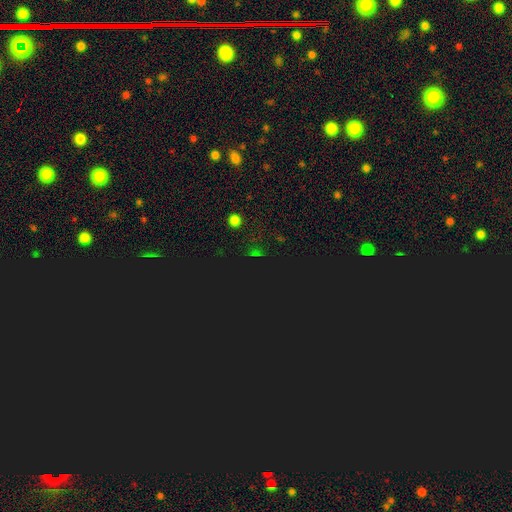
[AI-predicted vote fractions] smooth-or-featured: star or artifact: 74% | smooth: 19% | featured or disk: 7%